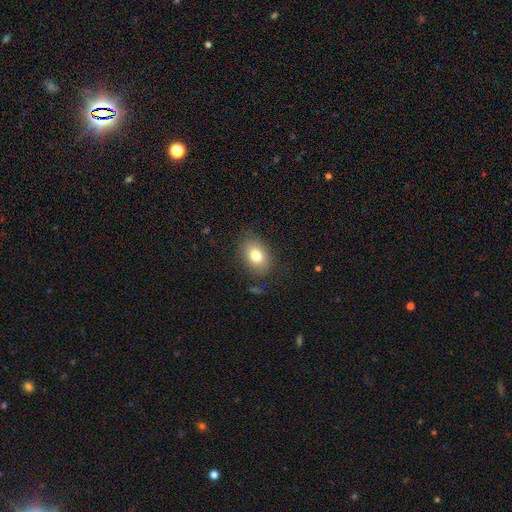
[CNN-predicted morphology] This appears to be a smooth galaxy with no disk features (79%) that is in between round and cigar-shaped (80%). Merging: none (81%).